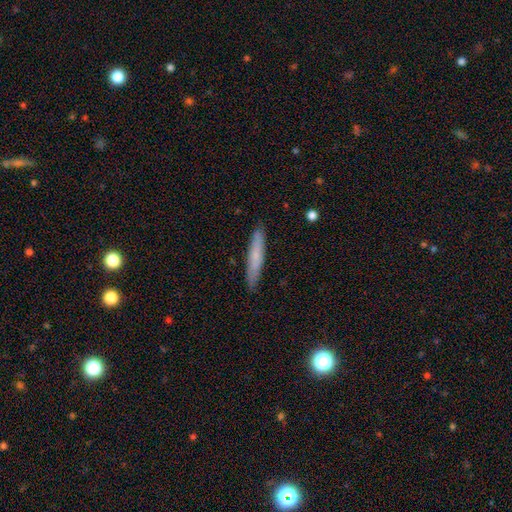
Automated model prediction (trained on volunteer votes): Morphology: type=smooth (64%); roundness=cigar-shaped (93%); merging=none (87%).